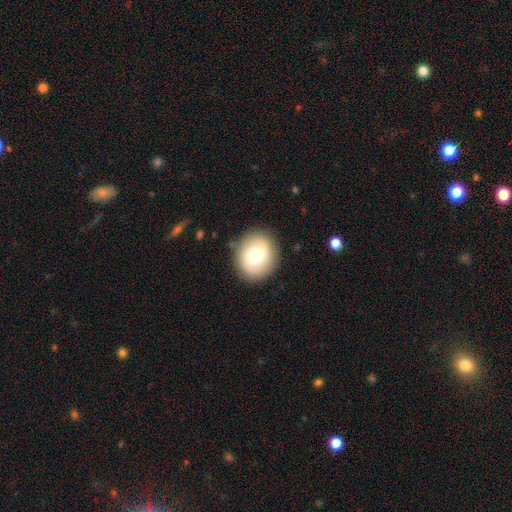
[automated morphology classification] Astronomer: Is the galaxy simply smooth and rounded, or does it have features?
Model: smooth — 66%.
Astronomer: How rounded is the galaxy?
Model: round — 65%.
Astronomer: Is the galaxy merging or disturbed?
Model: none — 84%.